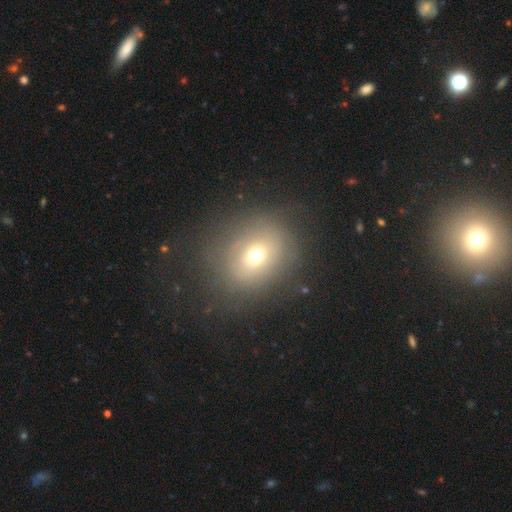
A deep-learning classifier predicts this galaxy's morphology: The model was most divided on "smooth or featured": smooth: 63%, featured or disk: 21%, star or artifact: 17%. More confident: how rounded — round (71%); merging — none (70%).